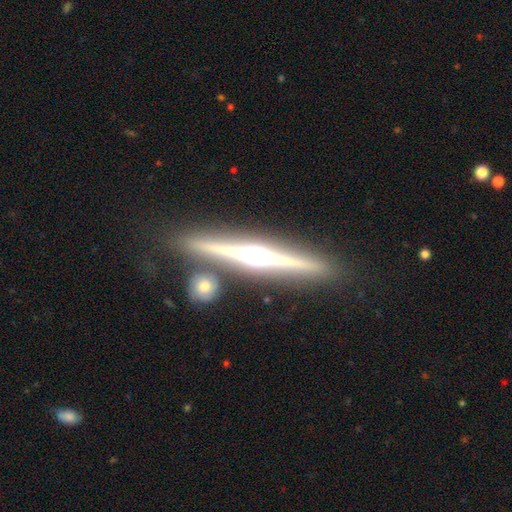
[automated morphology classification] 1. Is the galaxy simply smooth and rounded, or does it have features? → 84% featured or disk, 10% smooth, 6% star or artifact.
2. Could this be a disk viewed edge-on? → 98% yes, 2% no.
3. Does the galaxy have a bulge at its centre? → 86% rounded, 8% boxy, 5% none.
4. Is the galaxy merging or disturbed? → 84% none, 8% minor disturbance, 6% merger, 2% major disturbance.